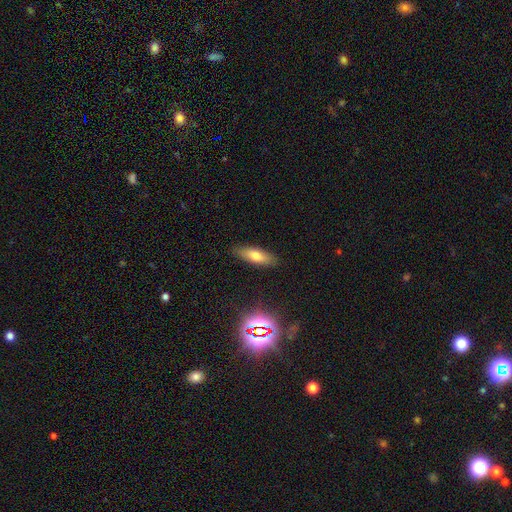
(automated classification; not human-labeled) Smooth or featured? smooth (68%)
How rounded? in between (56%)
Merging? none (87%)